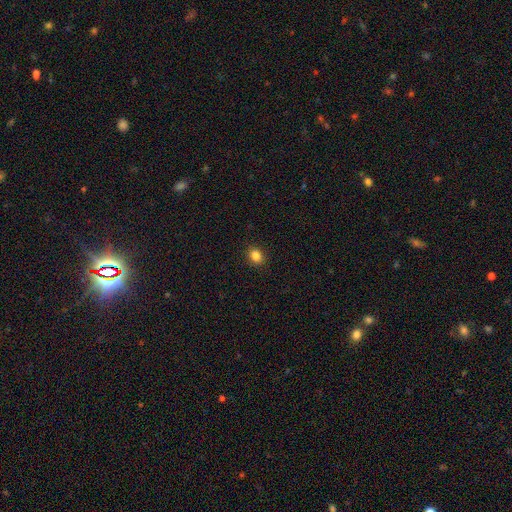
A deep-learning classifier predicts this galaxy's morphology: Q: Smooth or featured?
A: smooth (85%); runner-up: star or artifact (11%)
Q: How rounded?
A: in between (52%); runner-up: round (47%)
Q: Merging?
A: none (91%); runner-up: minor disturbance (7%)